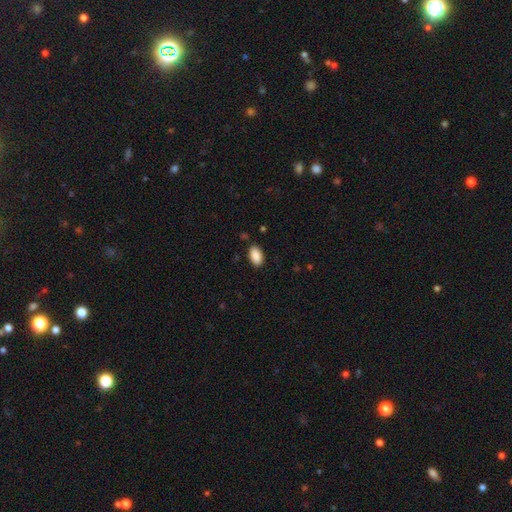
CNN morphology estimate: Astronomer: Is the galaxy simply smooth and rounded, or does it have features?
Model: smooth — 90%.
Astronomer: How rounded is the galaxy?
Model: in between — 94%.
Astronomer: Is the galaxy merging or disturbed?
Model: none — 86%.